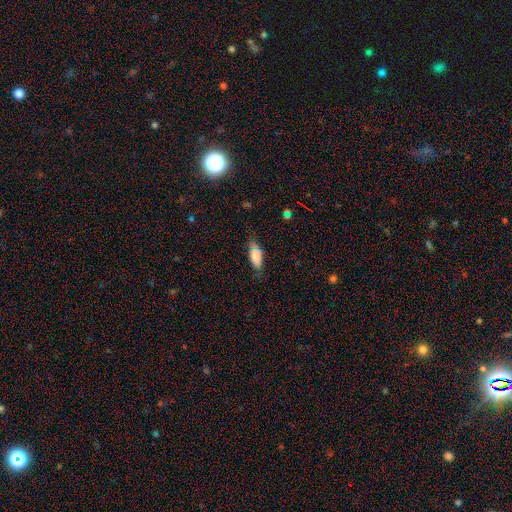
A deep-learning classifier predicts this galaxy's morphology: A smooth galaxy with no disk features (77%) that is in between round and cigar-shaped (77%). Merging: none (64%).